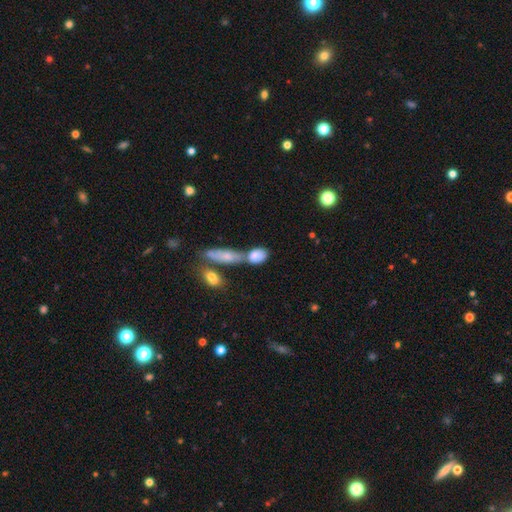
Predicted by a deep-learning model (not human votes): smooth-or-featured: smooth: 79% | featured or disk: 14% | star or artifact: 8%
  how-rounded: in between: 77% | round: 13% | cigar-shaped: 10%
  merging: merger: 41% | none: 39% | minor disturbance: 14% | major disturbance: 6%